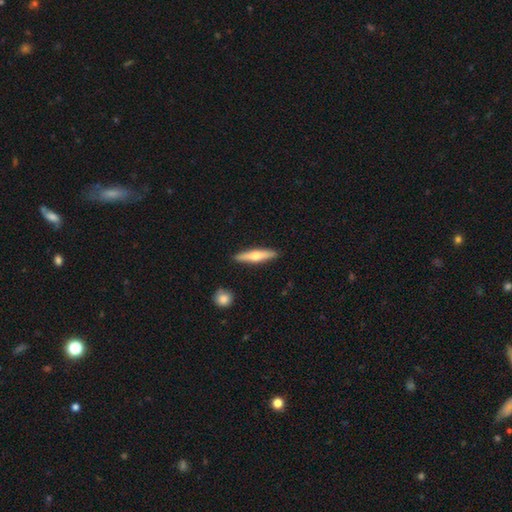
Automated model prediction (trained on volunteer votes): A featured or disk galaxy (48%). Merging: none (90%).